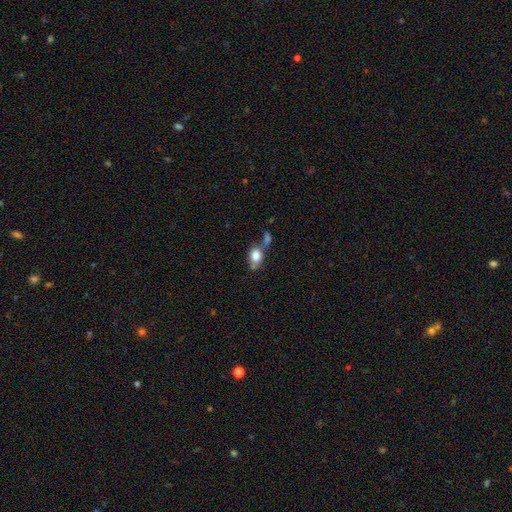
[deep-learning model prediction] Q: Smooth or featured?
A: smooth (78%); runner-up: featured or disk (12%)
Q: How rounded?
A: in between (58%); runner-up: round (40%)
Q: Merging?
A: merger (38%); tied with: none (38%)